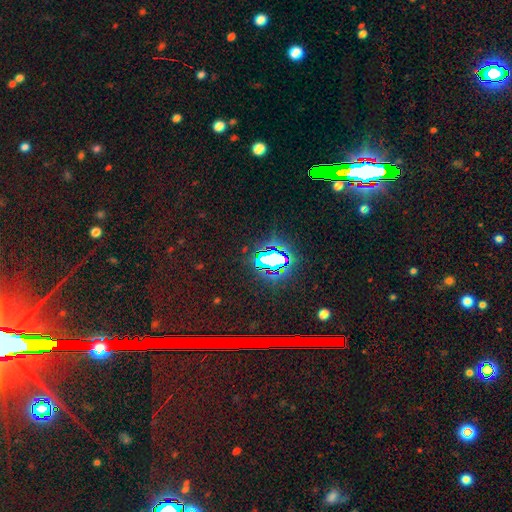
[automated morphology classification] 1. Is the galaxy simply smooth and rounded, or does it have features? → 81% star or artifact, 11% featured or disk, 9% smooth.